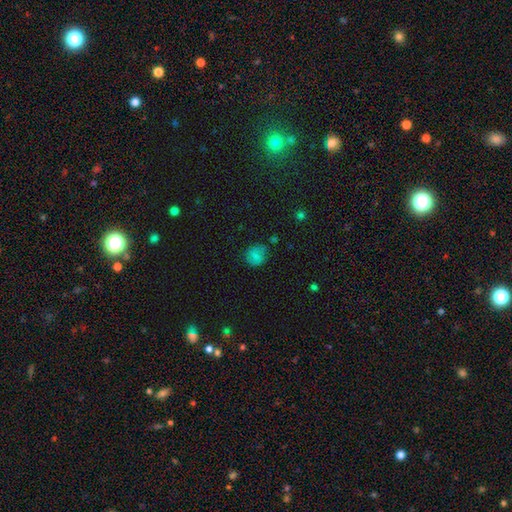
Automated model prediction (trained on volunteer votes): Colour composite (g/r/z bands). It shows a smooth galaxy with no disk features (72%) that is round (75%). Merging: none (73%).